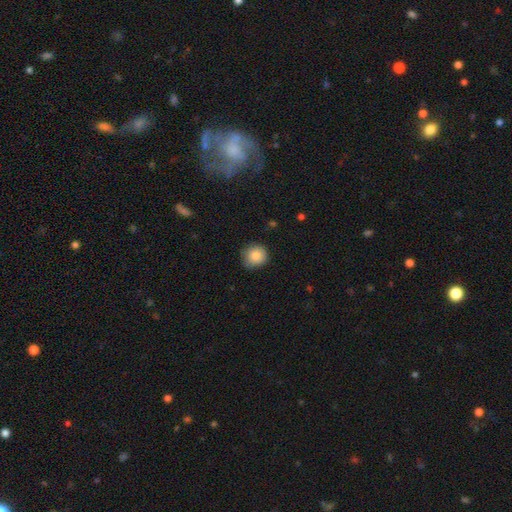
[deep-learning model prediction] smooth 86%, star or artifact 8%, featured or disk 6%. Down the decision tree: how rounded — round (89%); merging — none (77%).